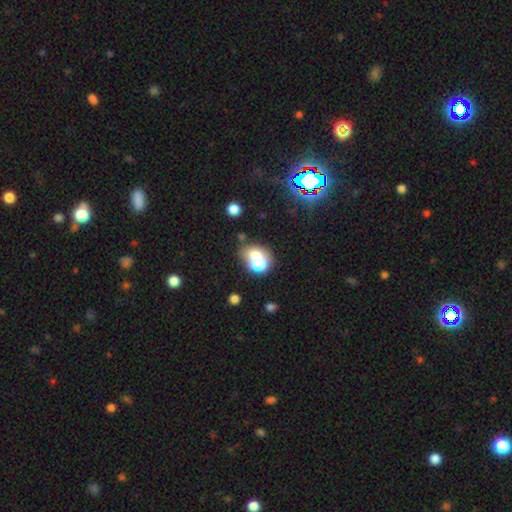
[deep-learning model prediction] A smooth galaxy with no disk features (62%) that is round (54%).

Vote fractions:
- Smooth or featured? smooth: 62% / featured or disk: 20% / star or artifact: 18%
- How rounded? round: 54% / in between: 44% / cigar-shaped: 1%
- Merging? merger: 48% / none: 34% / minor disturbance: 10% / major disturbance: 7%